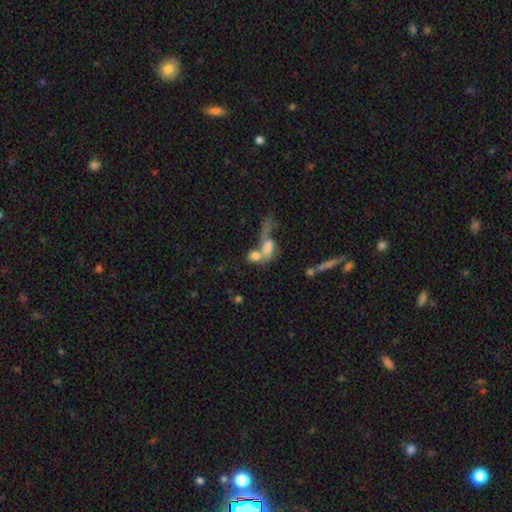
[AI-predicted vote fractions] Overall: smooth (52%; featured or disk 32%). How rounded: in between (54%; round 34%). Merging: merger (56%; none 18%).